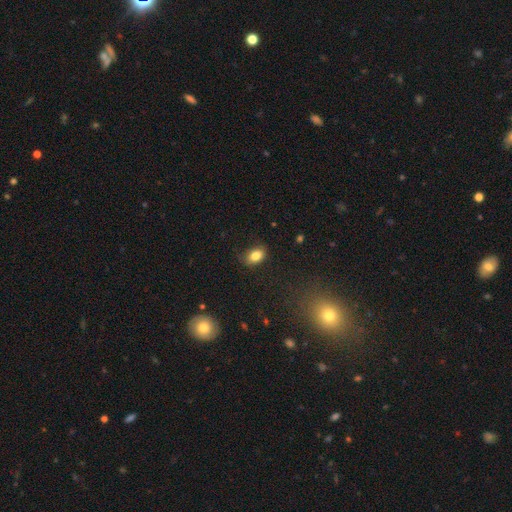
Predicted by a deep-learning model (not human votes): This is clearly a smooth galaxy (83%). How rounded: clearly in between (81%). Merging: likely none (76%).